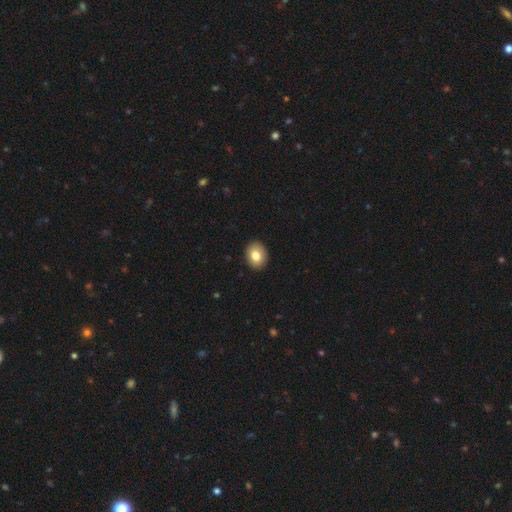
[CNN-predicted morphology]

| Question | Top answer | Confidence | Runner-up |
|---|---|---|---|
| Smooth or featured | smooth | 81% | featured or disk (10%) |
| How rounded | in between | 63% | round (36%) |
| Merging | none | 90% | minor disturbance (7%) |